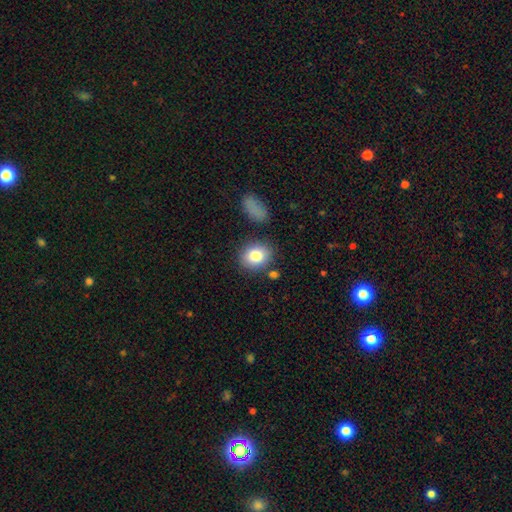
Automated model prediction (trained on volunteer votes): Smooth or featured? Predicted: smooth (p=0.82). How rounded? Predicted: round (p=0.55). Merging? Predicted: none (p=0.79).